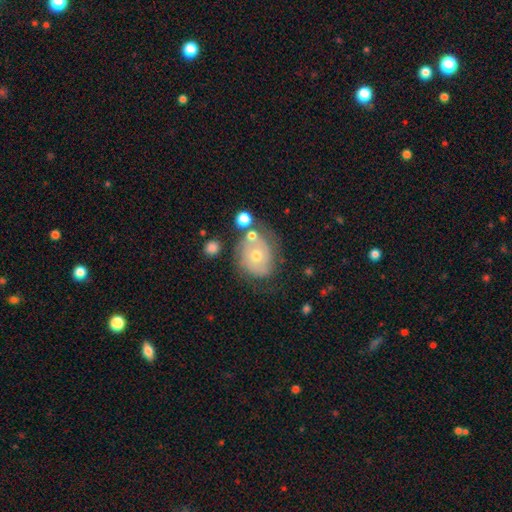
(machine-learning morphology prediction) This appears to be a featured or disk galaxy (48%). Merging: none (49%).